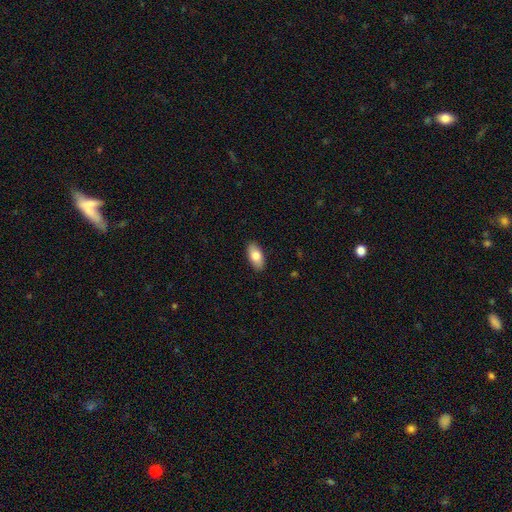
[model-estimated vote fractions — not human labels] Overall: smooth (80%). How rounded: in between (92%). Merging: none (89%).